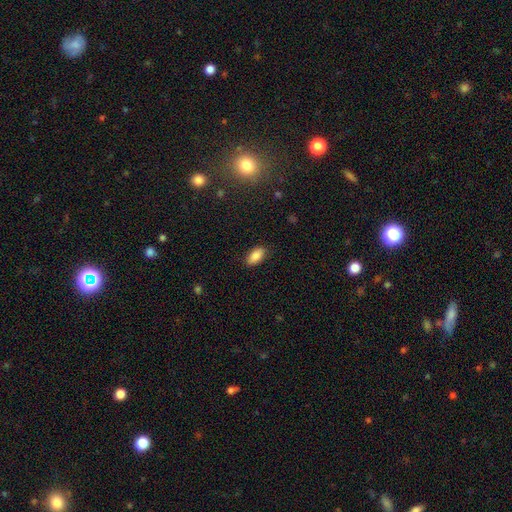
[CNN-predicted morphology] Smooth or featured: smooth — 87% (star or artifact — 8%)
How rounded: in between — 92% (cigar-shaped — 5%)
Merging: none — 86% (minor disturbance — 11%)